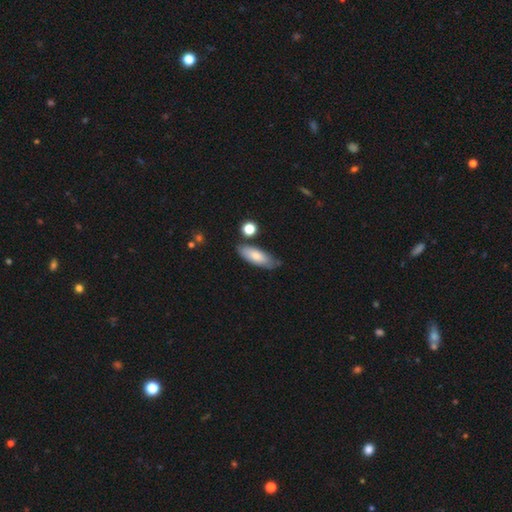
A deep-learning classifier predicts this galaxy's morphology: type=smooth (77%); roundness=in between (71%); merging=none (72%).